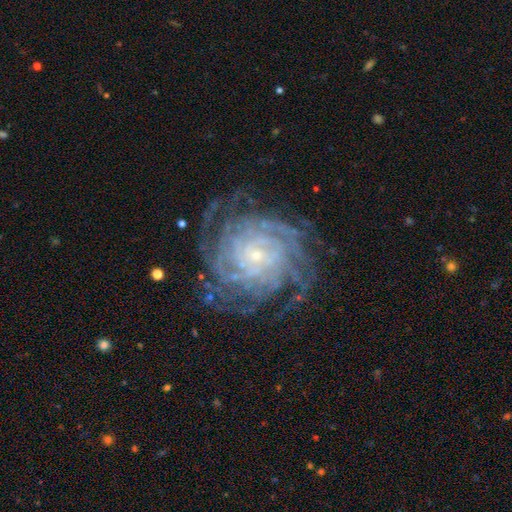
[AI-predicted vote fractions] This appears to be a featured or disk galaxy (89%) with no bar (72%), more than 4 (28%) tight (79%) spiral arms (97%) and a small central bulge (87%). Merging: none (75%).